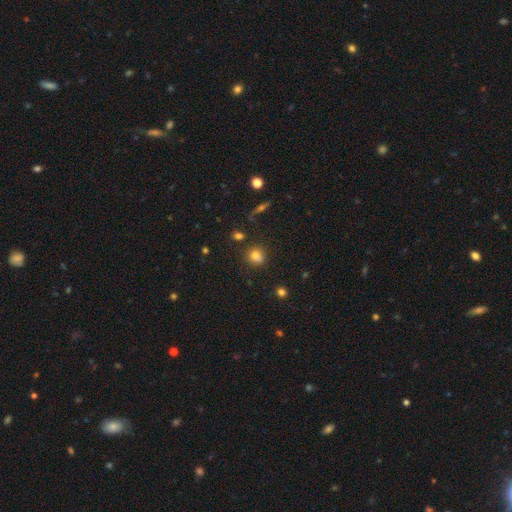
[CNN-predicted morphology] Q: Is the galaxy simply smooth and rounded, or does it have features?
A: smooth — 80%.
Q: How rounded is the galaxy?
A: round — 73%.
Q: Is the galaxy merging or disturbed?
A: none — 78%.